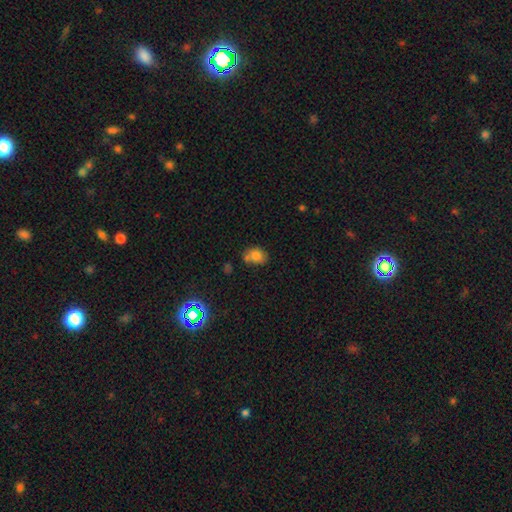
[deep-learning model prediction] The model was most divided on "how rounded": in between: 57%, round: 42%, cigar-shaped: 1%. More confident: smooth or featured — smooth (78%); merging — none (53%).